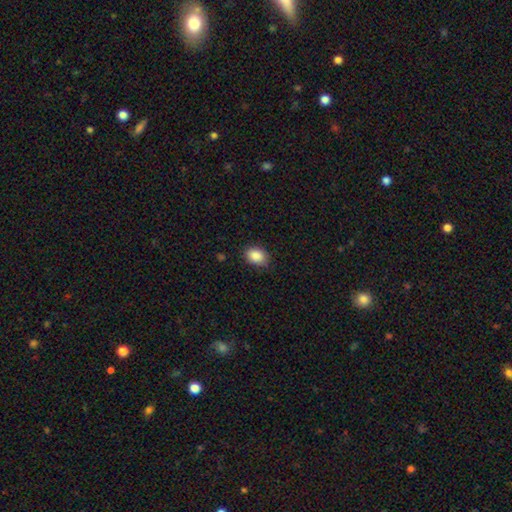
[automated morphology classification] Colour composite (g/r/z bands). It shows a smooth galaxy with no disk features (88%) that is in between round and cigar-shaped (70%). Merging: none (85%).